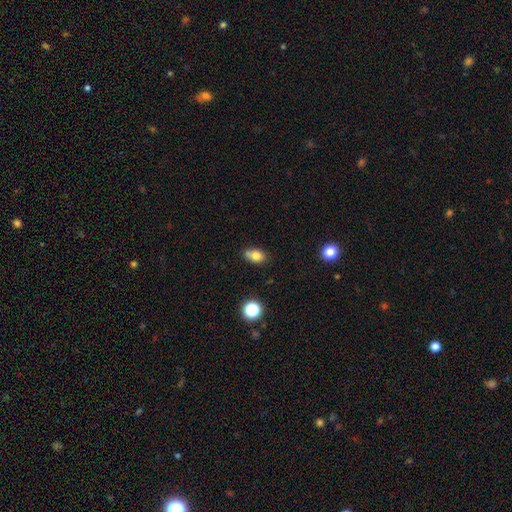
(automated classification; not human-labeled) smooth 77%, star or artifact 12%, featured or disk 11%. Down the decision tree: how rounded — in between (70%); merging — none (53%).